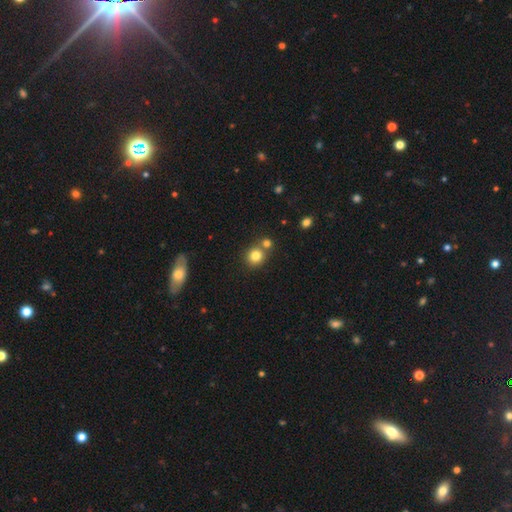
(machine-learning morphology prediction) type=smooth (81%); roundness=round (86%); merging=none (63%).